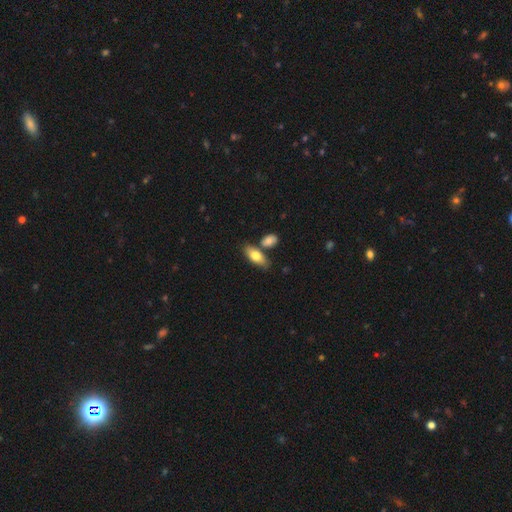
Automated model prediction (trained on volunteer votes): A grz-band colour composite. It shows a smooth galaxy with no disk features (75%) that is in between round and cigar-shaped (82%). Merging: none (67%).